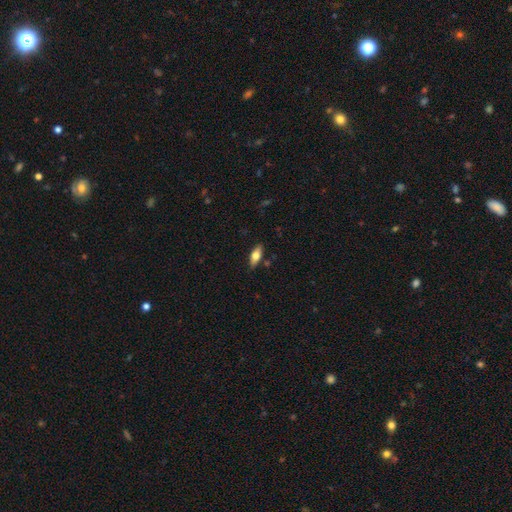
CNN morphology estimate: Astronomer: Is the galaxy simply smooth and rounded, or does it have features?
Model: smooth — 65%.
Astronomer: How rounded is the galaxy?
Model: in between — 78%.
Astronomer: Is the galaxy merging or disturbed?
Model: none — 84%.